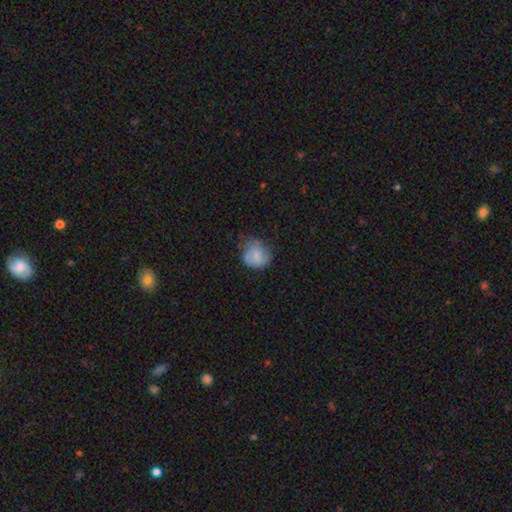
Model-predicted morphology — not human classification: Smooth or featured? smooth (73%)
How rounded? round (69%)
Merging? none (46%)